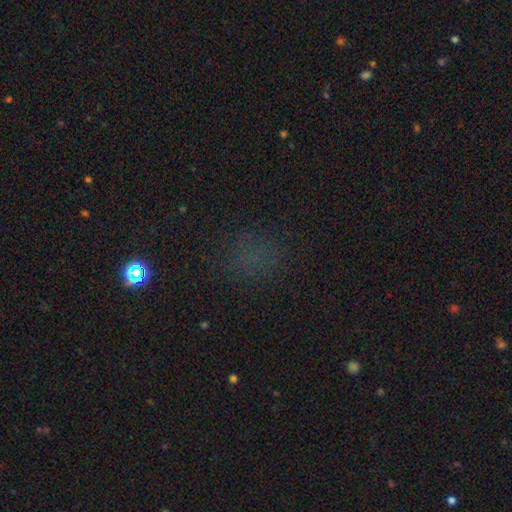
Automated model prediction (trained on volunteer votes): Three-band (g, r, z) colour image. It shows a smooth galaxy with no disk features (54%) that is round (65%). Merging: none (81%).